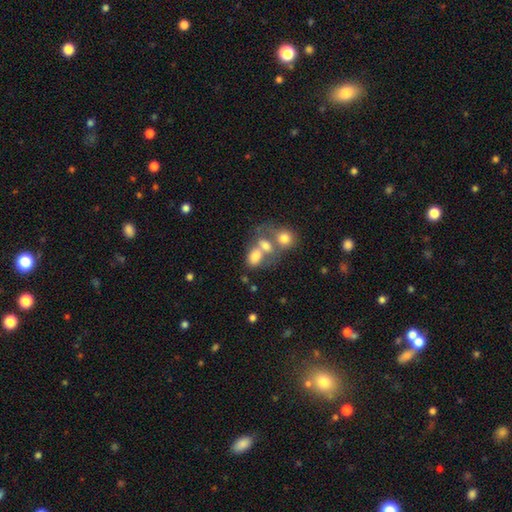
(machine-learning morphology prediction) smooth-or-featured: smooth: 70% | featured or disk: 18% | star or artifact: 12%
  how-rounded: in between: 71% | round: 28% | cigar-shaped: 2%
  merging: merger: 61% | none: 23% | minor disturbance: 8% | major disturbance: 8%